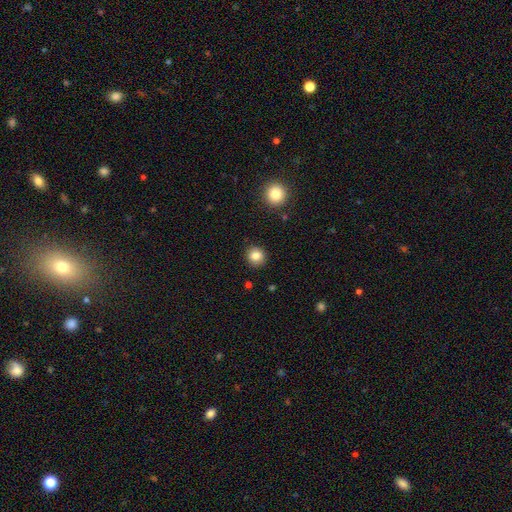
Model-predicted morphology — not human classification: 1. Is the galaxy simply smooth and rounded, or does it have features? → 84% smooth, 10% star or artifact, 5% featured or disk.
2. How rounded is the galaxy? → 89% round, 10% in between, 1% cigar-shaped.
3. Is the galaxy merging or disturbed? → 90% none, 6% minor disturbance, 2% major disturbance, 1% merger.